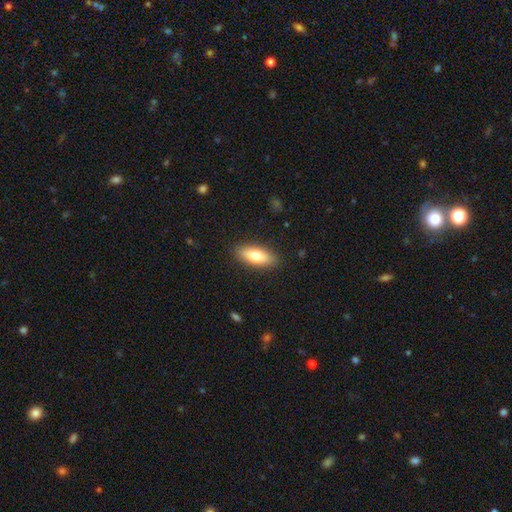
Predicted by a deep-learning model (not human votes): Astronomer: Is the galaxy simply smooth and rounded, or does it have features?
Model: smooth — 73%.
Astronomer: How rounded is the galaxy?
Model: in between — 75%.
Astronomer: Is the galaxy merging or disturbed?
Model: none — 88%.